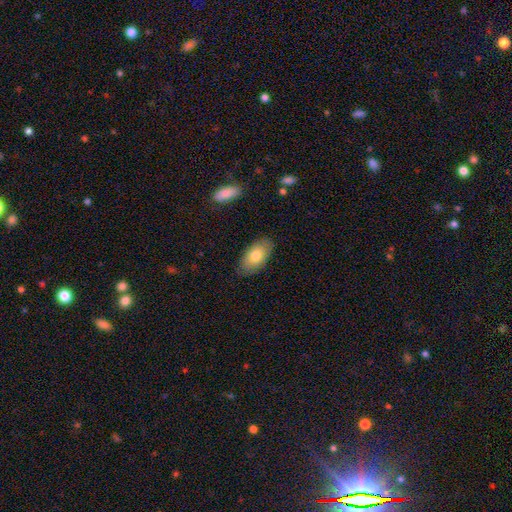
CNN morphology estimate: This is likely a smooth galaxy (75%). How rounded: clearly in between (93%). Merging: clearly none (83%).